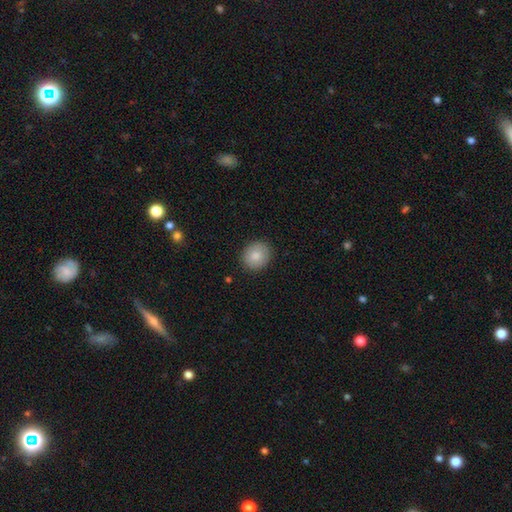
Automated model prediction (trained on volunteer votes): smooth_or_featured: smooth (p=0.84) [alt: featured or disk p=0.08]
how_rounded: round (p=0.77) [alt: in between p=0.22]
merging: none (p=0.89) [alt: minor disturbance p=0.08]